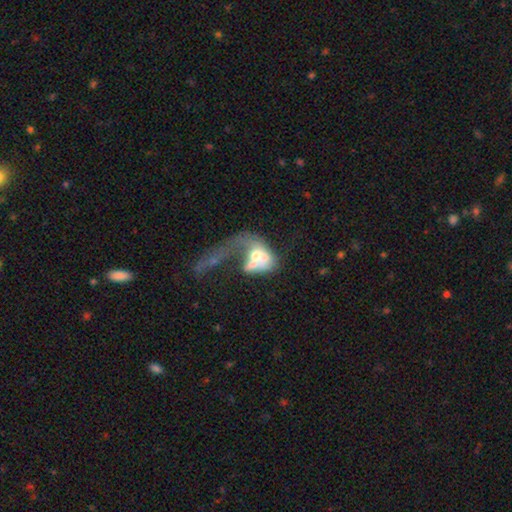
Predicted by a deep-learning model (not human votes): This is possibly a featured or disk galaxy (50%). It is clearly not viewed edge-on (94%). Merging: possibly merger (50%).